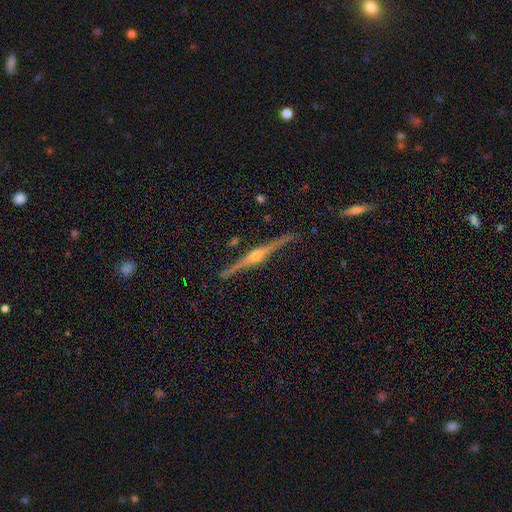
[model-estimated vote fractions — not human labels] featured or disk 87%, smooth 8%, star or artifact 5%. Down the decision tree: edge-on disk — yes (98%); edge-on bulge — rounded (91%); merging — none (89%).